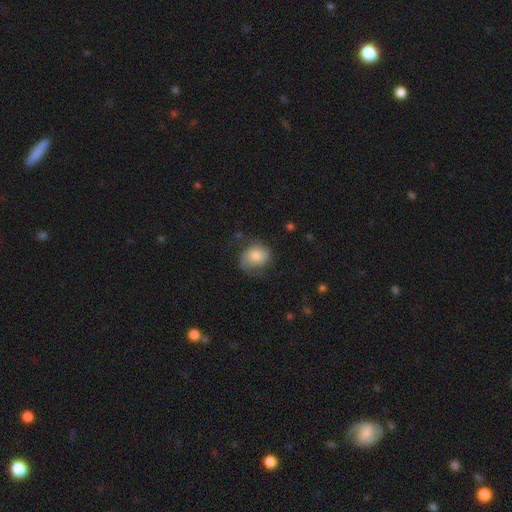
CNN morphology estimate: The model was most divided on "merging": none: 51%, minor disturbance: 29%, major disturbance: 18%, merger: 2%. More confident: how rounded — round (66%); smooth or featured — smooth (63%).